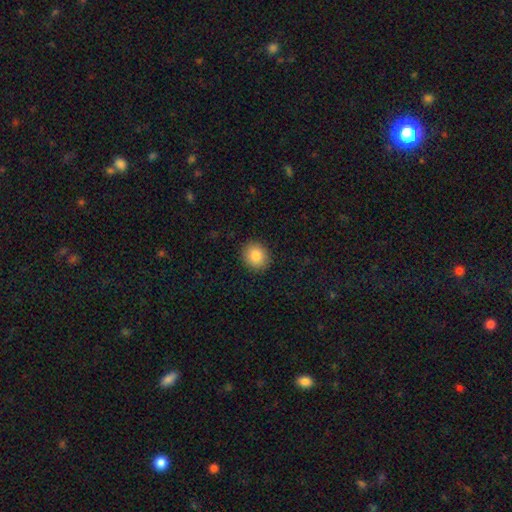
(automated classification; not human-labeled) Morphology: type=smooth (85%); roundness=round (80%); merging=none (91%).